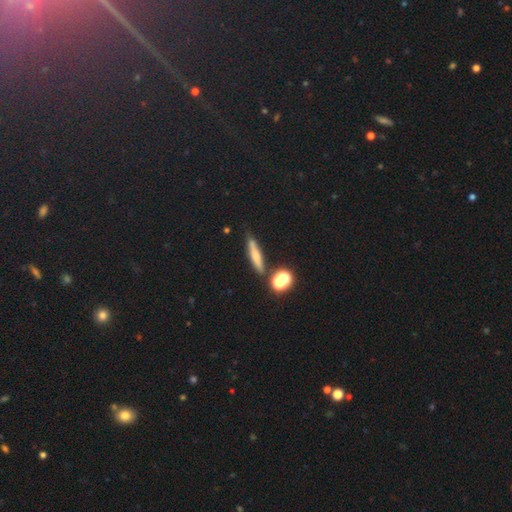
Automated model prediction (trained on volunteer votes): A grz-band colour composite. It shows a smooth galaxy with no disk features (56%) that is cigar-shaped (77%). Merging: none (75%).